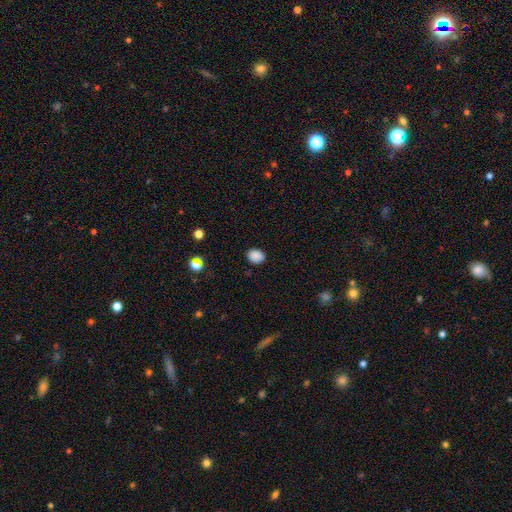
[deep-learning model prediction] Overall: smooth (87%). How rounded: in between (51%; round 48%). Merging: none (86%).